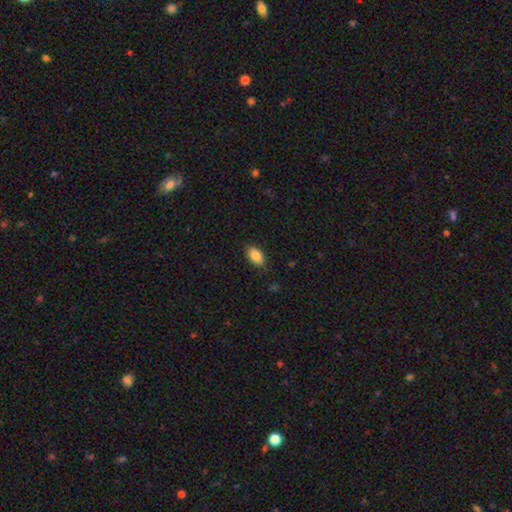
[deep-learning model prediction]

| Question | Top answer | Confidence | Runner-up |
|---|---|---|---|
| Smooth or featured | smooth | 87% | star or artifact (7%) |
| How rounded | in between | 92% | round (5%) |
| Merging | none | 85% | minor disturbance (11%) |